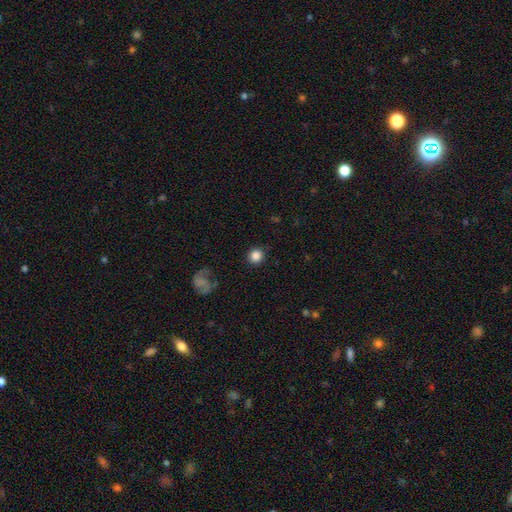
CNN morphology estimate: Q: Smooth or featured?
A: smooth (84%); runner-up: star or artifact (10%)
Q: How rounded?
A: round (90%); runner-up: in between (9%)
Q: Merging?
A: none (87%); runner-up: minor disturbance (8%)